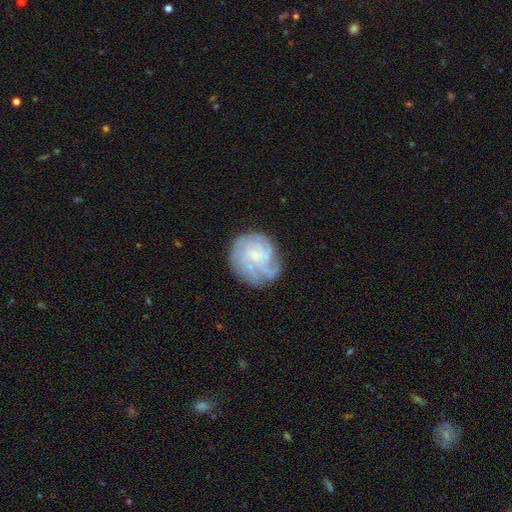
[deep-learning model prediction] Smooth or featured? featured or disk (68%)
Edge-on disk? no (98%)
Bar? no (74%)
Spiral arms? yes (85%)
Spiral winding? tight (58%)
Spiral arm count? can't tell (39%)
Bulge size? small (69%)
Merging? none (64%)